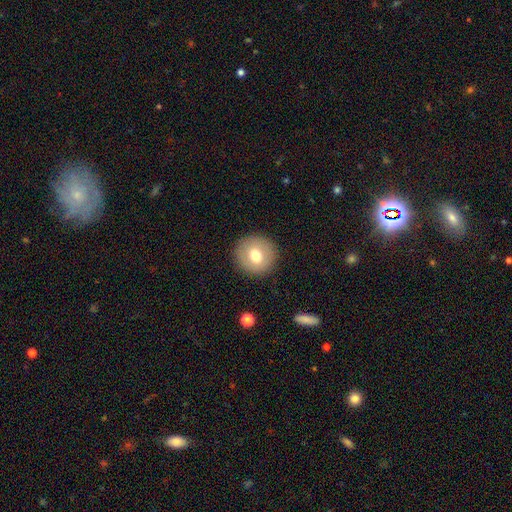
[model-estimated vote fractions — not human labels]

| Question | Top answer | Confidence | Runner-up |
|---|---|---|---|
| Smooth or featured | smooth | 72% | featured or disk (20%) |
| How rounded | round | 92% | in between (7%) |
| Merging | none | 90% | minor disturbance (6%) |